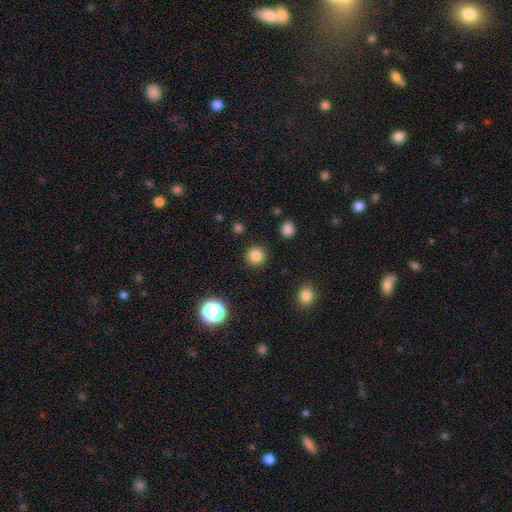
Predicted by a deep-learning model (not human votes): This is clearly a smooth galaxy (84%). How rounded: clearly round (94%). Merging: clearly none (91%).